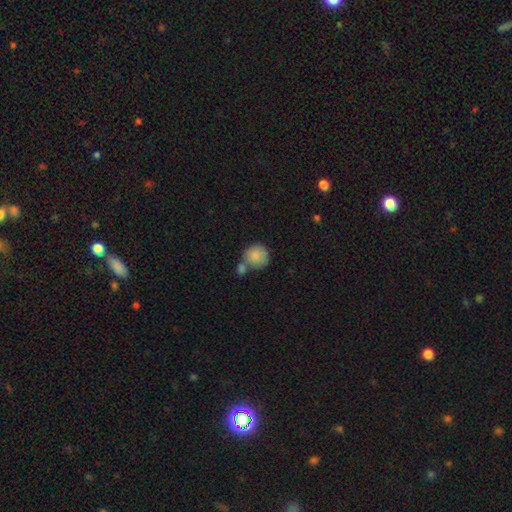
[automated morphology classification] smooth_or_featured: smooth (p=0.85) [alt: featured or disk p=0.08]
how_rounded: round (p=0.89) [alt: in between p=0.10]
merging: none (p=0.44) [alt: merger p=0.39]